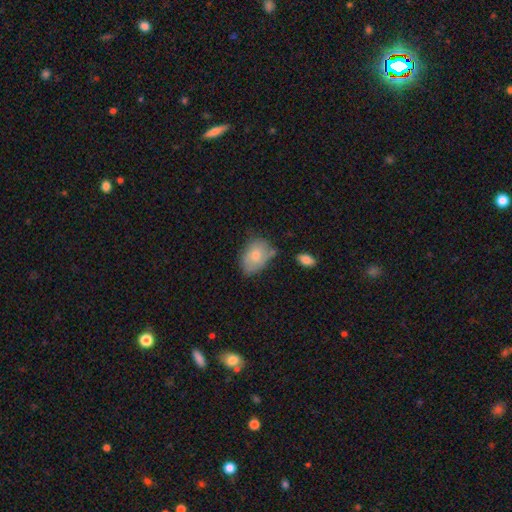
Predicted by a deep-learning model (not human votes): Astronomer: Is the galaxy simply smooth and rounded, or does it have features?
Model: smooth — 73%.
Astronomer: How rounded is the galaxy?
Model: in between — 80%.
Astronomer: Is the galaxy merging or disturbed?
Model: none — 52% (runner-up: minor disturbance, 31%).